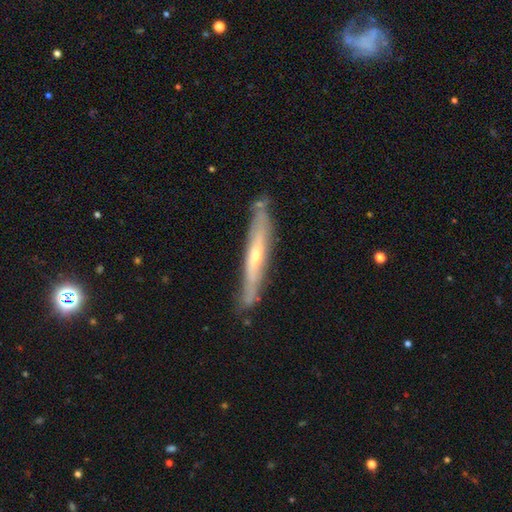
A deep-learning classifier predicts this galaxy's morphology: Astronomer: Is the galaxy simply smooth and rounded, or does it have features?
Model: featured or disk — 69%.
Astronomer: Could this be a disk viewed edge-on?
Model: yes — 81%.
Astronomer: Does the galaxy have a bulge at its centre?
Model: rounded — 63%.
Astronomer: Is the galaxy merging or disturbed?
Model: none — 78%.